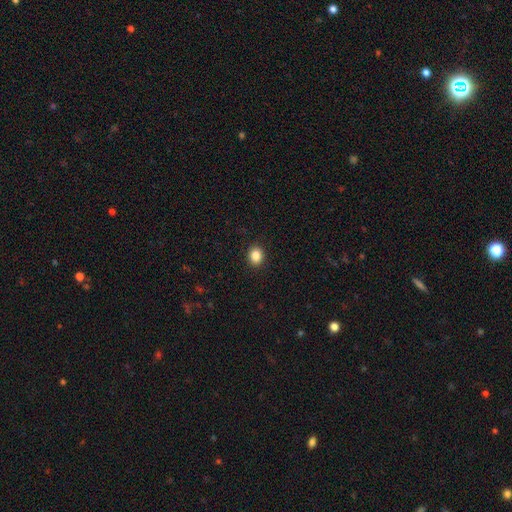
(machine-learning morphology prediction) Q: Smooth or featured?
A: smooth (86%); runner-up: star or artifact (10%)
Q: How rounded?
A: round (55%); runner-up: in between (44%)
Q: Merging?
A: none (91%); runner-up: minor disturbance (6%)